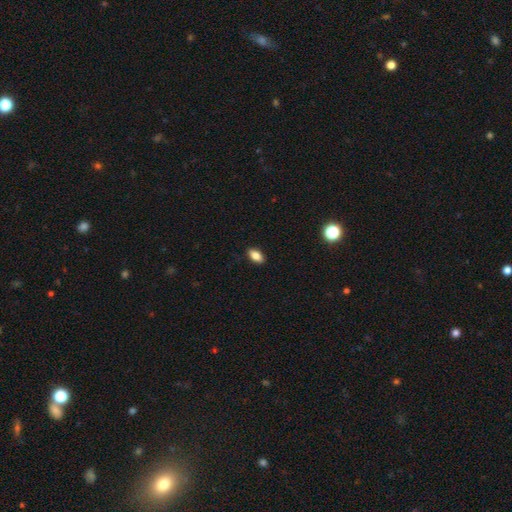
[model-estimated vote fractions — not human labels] This appears to be a smooth galaxy with no disk features (82%) that is in between round and cigar-shaped (89%). Merging: none (89%).